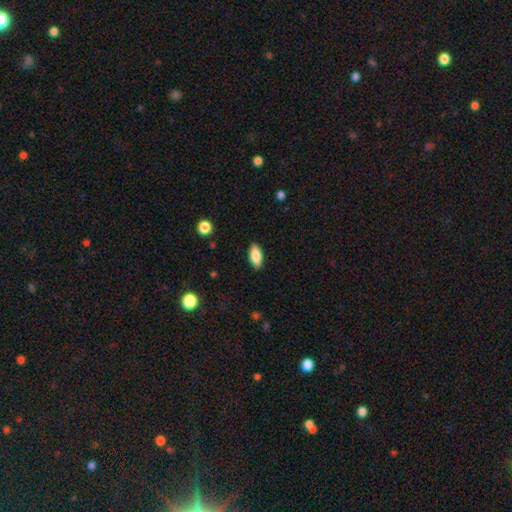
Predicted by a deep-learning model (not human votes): Smooth or featured?
  - smooth: 82% *
  - featured or disk: 12%
  - star or artifact: 7%
How rounded?
  - in between: 85% *
  - cigar-shaped: 12%
  - round: 3%
Merging?
  - none: 88% *
  - minor disturbance: 9%
  - major disturbance: 2%
  - merger: 1%